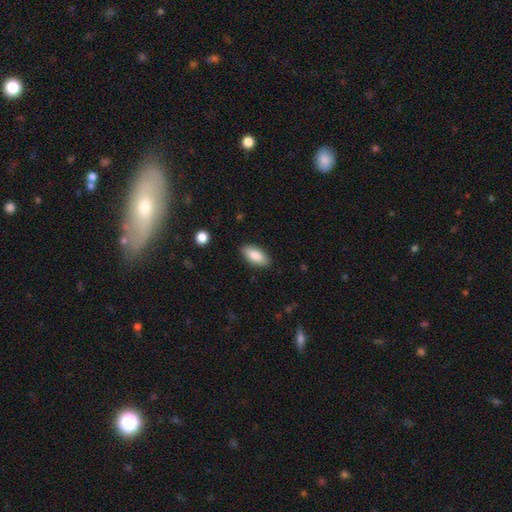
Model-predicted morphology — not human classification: This appears to be a smooth galaxy with no disk features (87%) that is in between round and cigar-shaped (88%). Merging: none (87%).